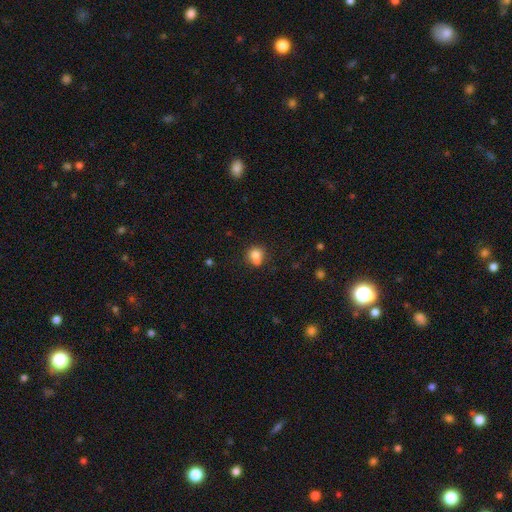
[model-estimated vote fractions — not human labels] This appears to be a smooth galaxy with no disk features (77%) that is round (79%). Merging: none (46%).